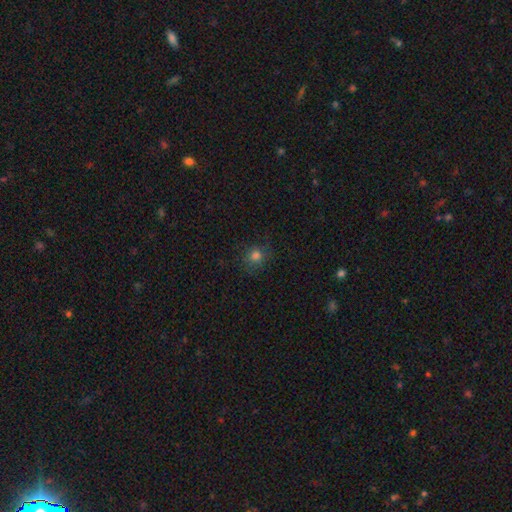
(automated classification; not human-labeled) A smooth galaxy with no disk features (78%) that is round (86%). Merging: none (80%).